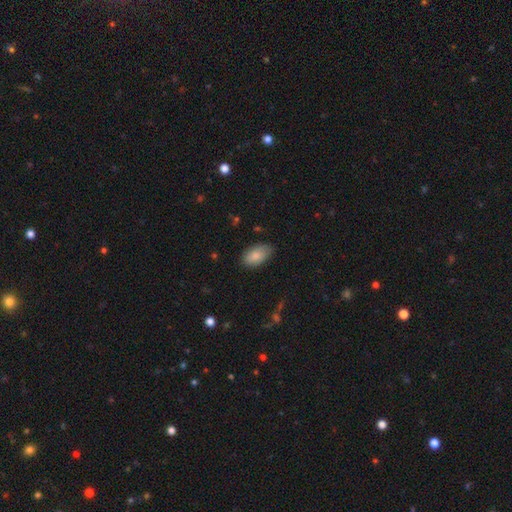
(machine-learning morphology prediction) Q: Smooth or featured?
A: smooth (85%); runner-up: featured or disk (8%)
Q: How rounded?
A: in between (94%); runner-up: round (4%)
Q: Merging?
A: none (79%); runner-up: minor disturbance (17%)